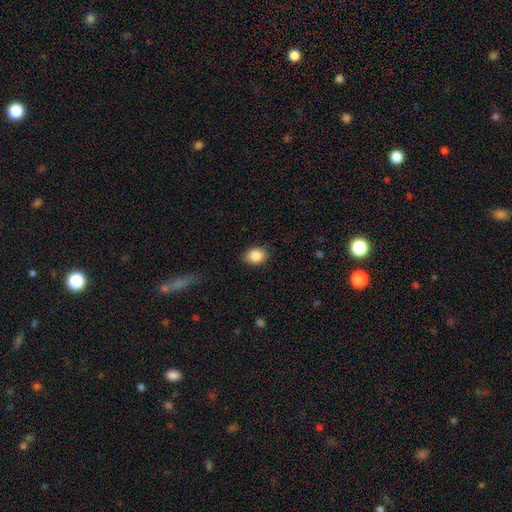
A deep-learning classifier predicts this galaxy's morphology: smooth 87%, star or artifact 8%, featured or disk 5%. Down the decision tree: how rounded — in between (69%); merging — none (84%).